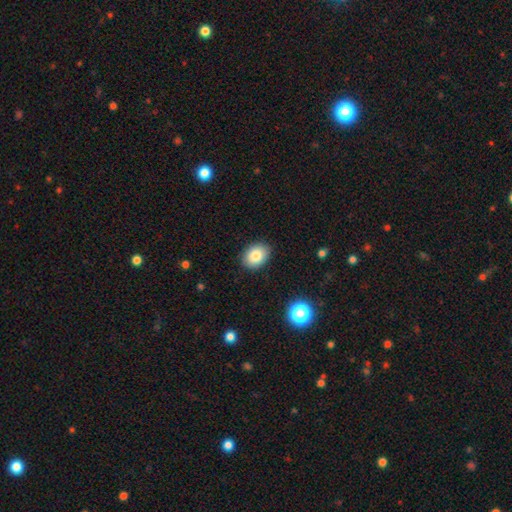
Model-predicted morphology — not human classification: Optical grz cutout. It shows a smooth galaxy with no disk features (84%) that is in between round and cigar-shaped (73%). Merging: none (88%).